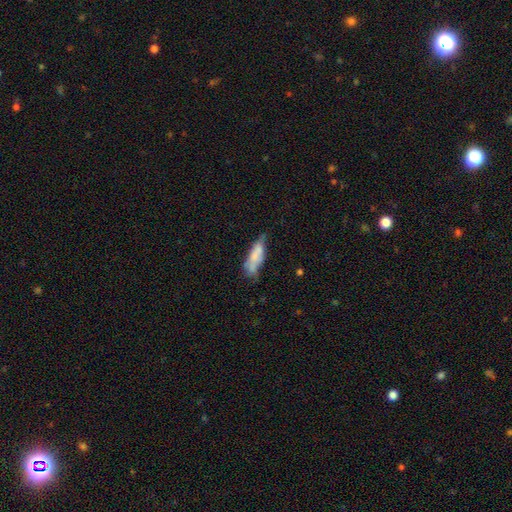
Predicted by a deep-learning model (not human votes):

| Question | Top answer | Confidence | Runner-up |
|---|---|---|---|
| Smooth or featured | smooth | 64% | featured or disk (28%) |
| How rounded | in between | 53% | cigar-shaped (45%) |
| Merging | none | 39% | minor disturbance (36%) |